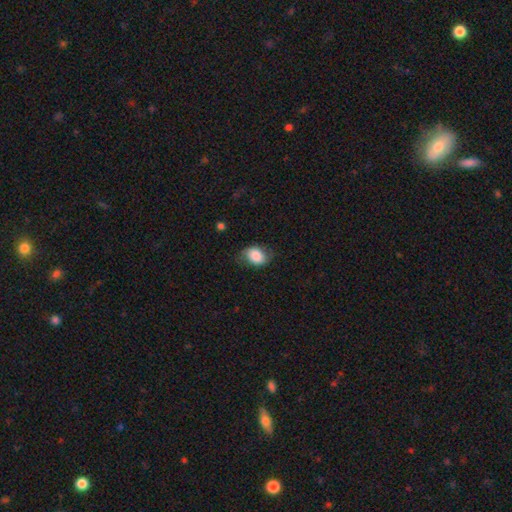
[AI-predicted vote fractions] A smooth galaxy with no disk features (79%) that is in between round and cigar-shaped (66%).

Vote fractions:
- Smooth or featured? smooth: 79% / featured or disk: 13% / star or artifact: 8%
- How rounded? in between: 66% / round: 33% / cigar-shaped: 1%
- Merging? none: 65% / minor disturbance: 26% / major disturbance: 8% / merger: 1%